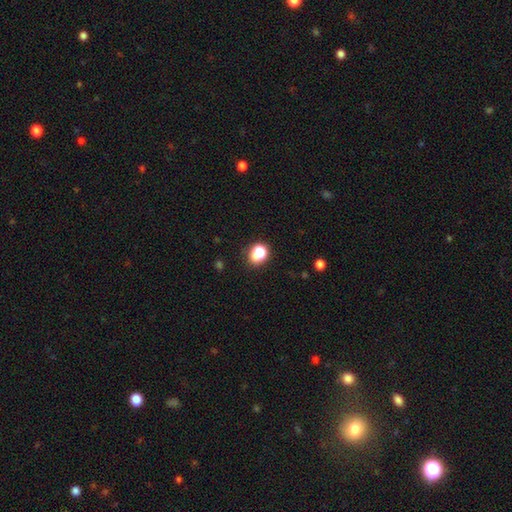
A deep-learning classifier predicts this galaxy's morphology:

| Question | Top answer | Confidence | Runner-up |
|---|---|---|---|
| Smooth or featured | smooth | 78% | star or artifact (13%) |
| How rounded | round | 58% | in between (41%) |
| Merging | none | 61% | minor disturbance (20%) |